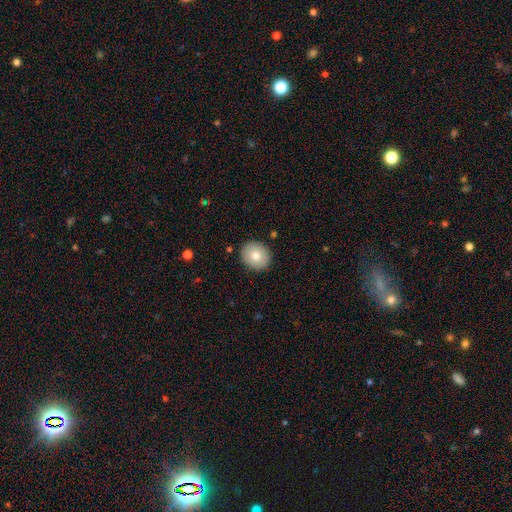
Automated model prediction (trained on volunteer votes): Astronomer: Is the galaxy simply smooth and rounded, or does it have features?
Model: smooth — 78%.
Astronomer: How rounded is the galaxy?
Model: round — 78%.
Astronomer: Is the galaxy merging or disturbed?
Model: none — 89%.